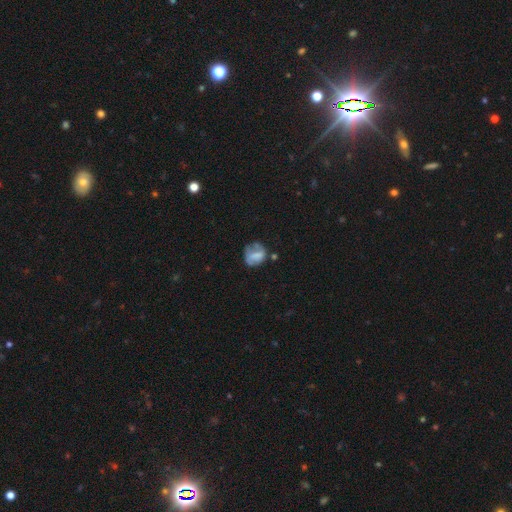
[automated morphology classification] Q: Smooth or featured?
A: smooth (56%); runner-up: featured or disk (34%)
Q: How rounded?
A: round (59%); runner-up: in between (40%)
Q: Merging?
A: none (43%); runner-up: minor disturbance (28%)